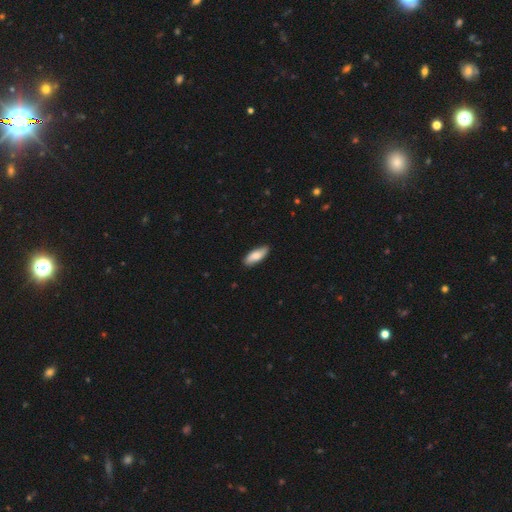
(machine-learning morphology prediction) This appears to be a smooth galaxy with no disk features (77%) that is in between round and cigar-shaped (70%). Merging: none (86%).